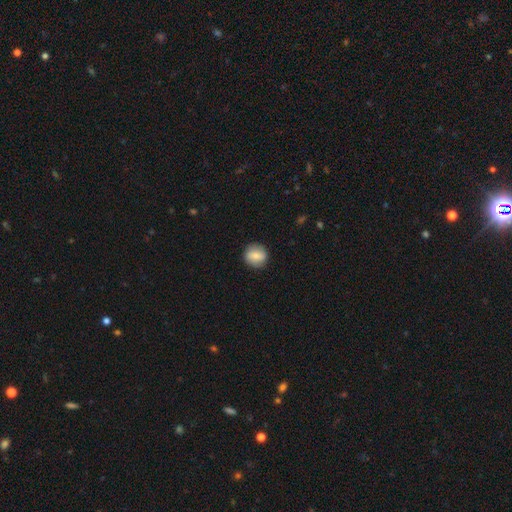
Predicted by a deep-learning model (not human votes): smooth-or-featured: smooth: 73% | featured or disk: 19% | star or artifact: 8%
  how-rounded: round: 85% | in between: 14% | cigar-shaped: 1%
  merging: none: 88% | minor disturbance: 8% | major disturbance: 2% | merger: 1%